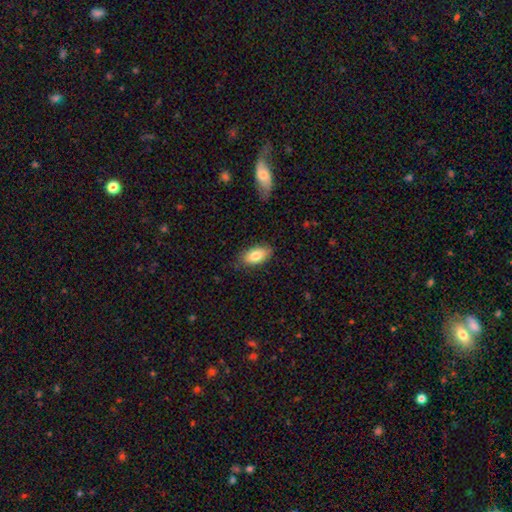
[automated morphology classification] This appears to be a smooth galaxy with no disk features (81%) that is in between round and cigar-shaped (93%). Merging: none (80%).